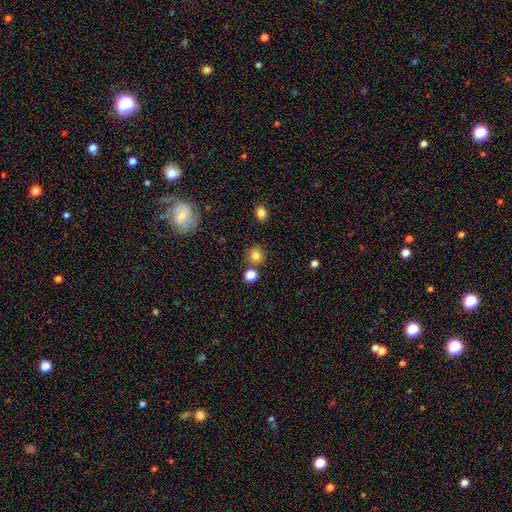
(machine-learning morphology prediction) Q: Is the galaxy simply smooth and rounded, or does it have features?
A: smooth — 81%.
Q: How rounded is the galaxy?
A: round — 89%.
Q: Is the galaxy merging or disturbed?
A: none — 80%.